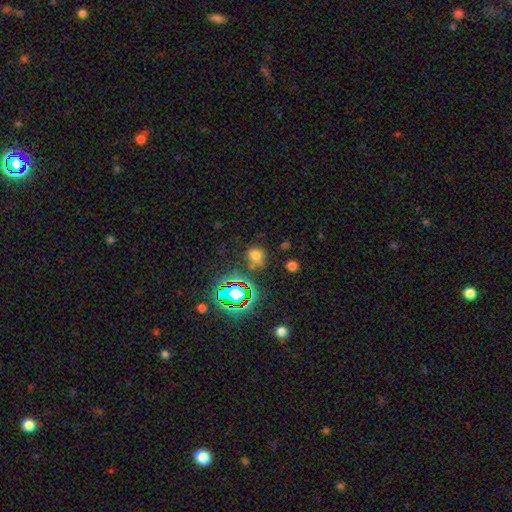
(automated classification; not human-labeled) This appears to be a smooth galaxy with no disk features (57%) that is round (63%). Merging: none (63%).